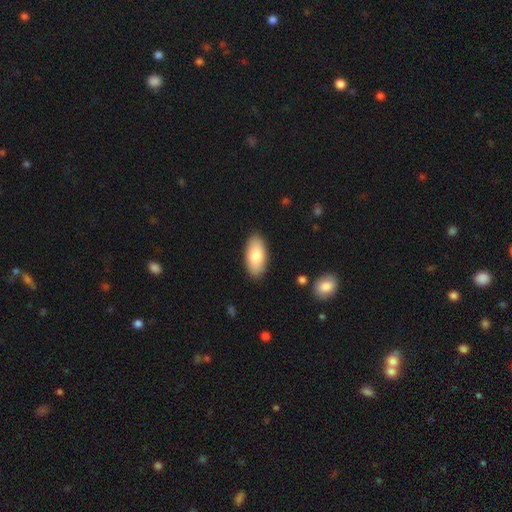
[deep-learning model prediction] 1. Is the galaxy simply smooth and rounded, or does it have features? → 81% smooth, 13% featured or disk, 6% star or artifact.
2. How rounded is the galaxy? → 93% in between, 5% cigar-shaped, 2% round.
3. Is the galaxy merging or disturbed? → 89% none, 8% minor disturbance, 2% major disturbance, 1% merger.